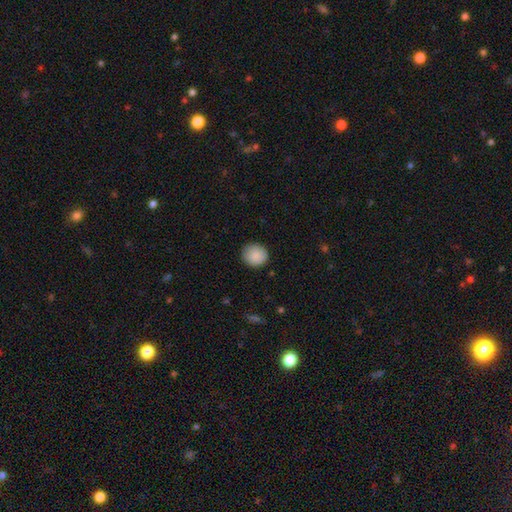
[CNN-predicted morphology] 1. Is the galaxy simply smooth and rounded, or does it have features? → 89% smooth, 7% star or artifact, 4% featured or disk.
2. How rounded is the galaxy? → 90% round, 9% in between, 1% cigar-shaped.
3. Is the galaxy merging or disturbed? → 88% none, 9% minor disturbance, 2% major disturbance, 1% merger.